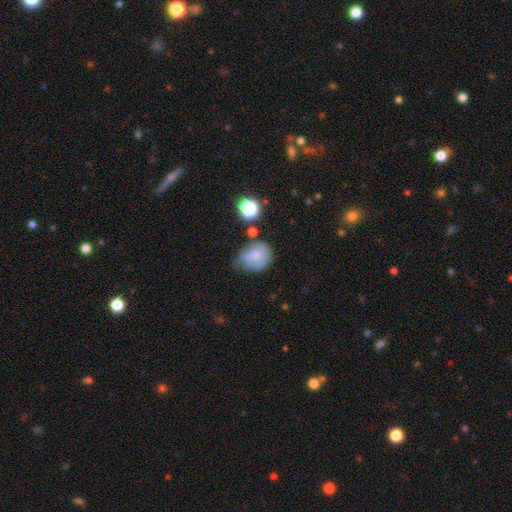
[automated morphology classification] Overall: smooth (56%; featured or disk 32%). How rounded: round (63%; in between 36%). Merging: minor disturbance (35%; none 33%).